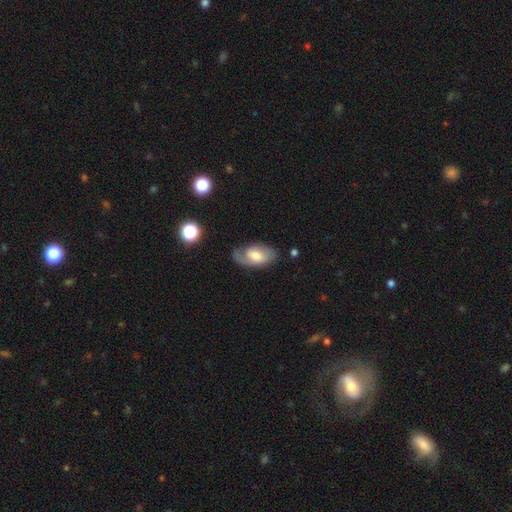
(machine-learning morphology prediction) Smooth or featured: featured or disk — 53% (smooth — 40%)
Edge-on disk: no — 93% (yes — 7%)
Merging: none — 61% (minor disturbance — 24%)